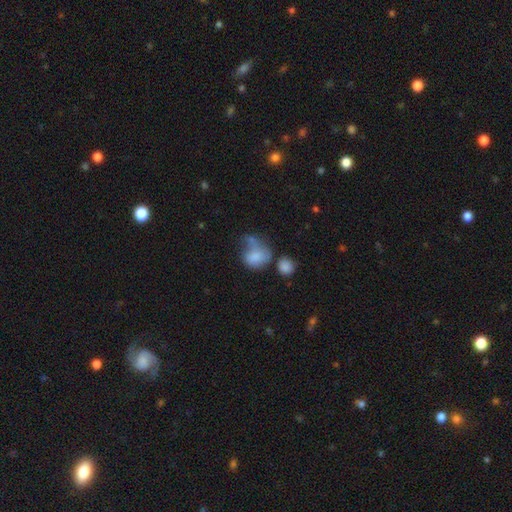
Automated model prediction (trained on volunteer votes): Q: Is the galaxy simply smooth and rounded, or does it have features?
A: smooth — 74%.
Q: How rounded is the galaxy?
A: in between — 49%, tied with round.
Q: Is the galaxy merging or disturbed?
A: major disturbance — 32%.